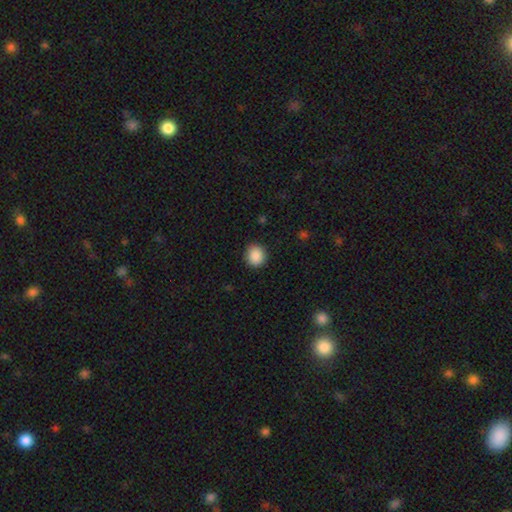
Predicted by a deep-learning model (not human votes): smooth 89%, star or artifact 8%, featured or disk 2%. Down the decision tree: how rounded — round (82%); merging — none (90%).